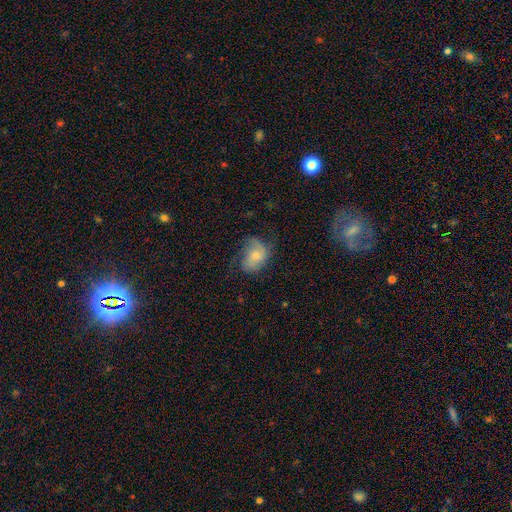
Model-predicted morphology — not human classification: Smooth or featured? smooth (57%)
How rounded? in between (73%)
Merging? none (44%)